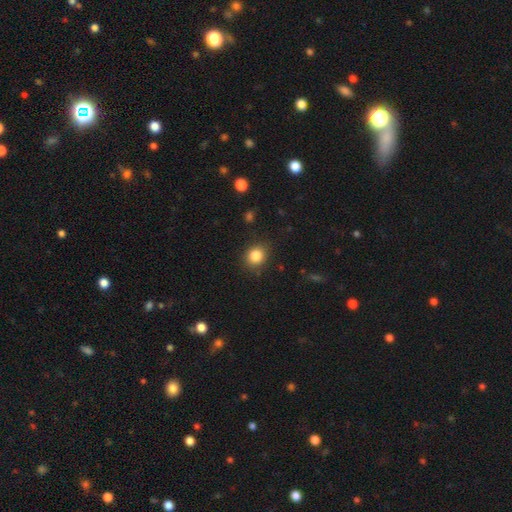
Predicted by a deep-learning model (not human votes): This is clearly a smooth galaxy (84%). How rounded: likely round (75%). Merging: clearly none (85%).